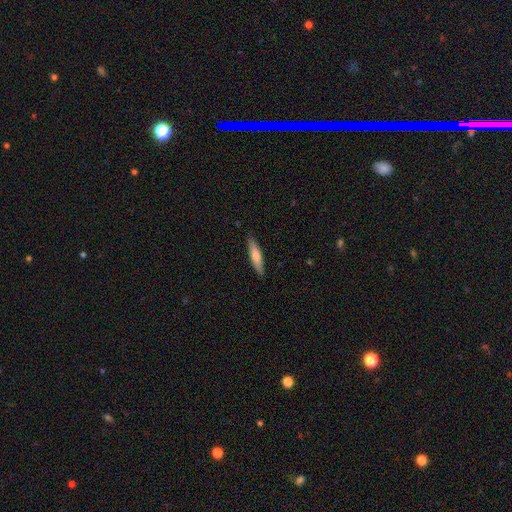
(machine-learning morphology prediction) smooth-or-featured: smooth: 64% | featured or disk: 30% | star or artifact: 6%
  how-rounded: cigar-shaped: 81% | in between: 17% | round: 2%
  merging: none: 88% | minor disturbance: 9% | major disturbance: 2% | merger: 1%